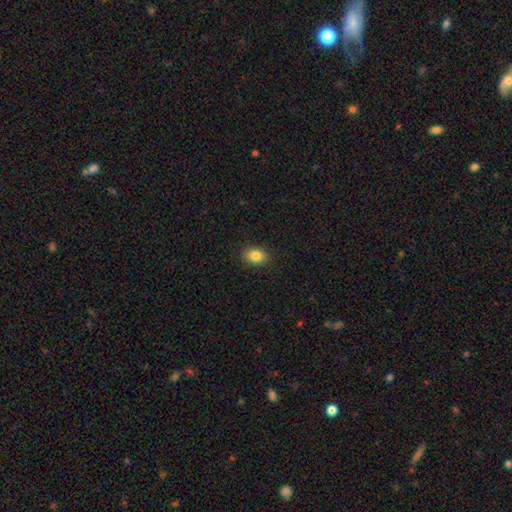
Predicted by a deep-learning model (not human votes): A smooth galaxy with no disk features (84%) that is in between round and cigar-shaped (75%).

Vote fractions:
- Smooth or featured? smooth: 84% / star or artifact: 9% / featured or disk: 6%
- How rounded? in between: 75% / round: 23% / cigar-shaped: 1%
- Merging? none: 88% / minor disturbance: 8% / major disturbance: 2% / merger: 1%